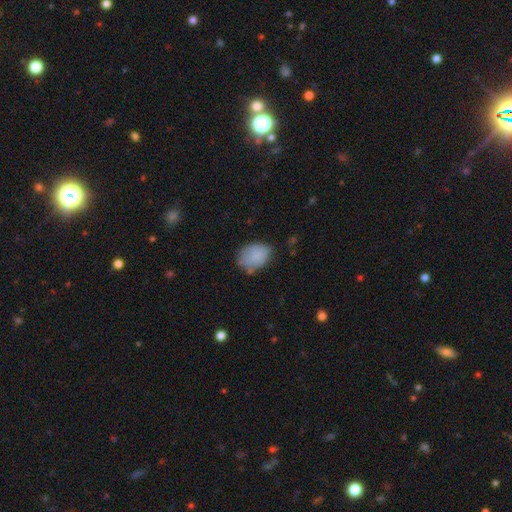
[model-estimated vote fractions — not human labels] Smooth or featured? smooth (79%)
How rounded? in between (69%)
Merging? none (56%)